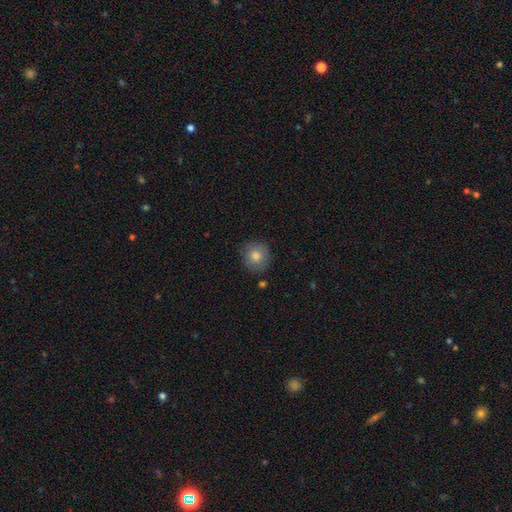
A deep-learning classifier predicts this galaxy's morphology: Smooth or featured? smooth (80%)
How rounded? round (90%)
Merging? none (84%)